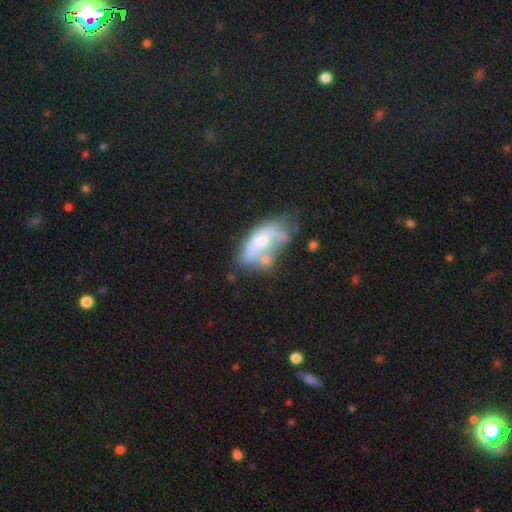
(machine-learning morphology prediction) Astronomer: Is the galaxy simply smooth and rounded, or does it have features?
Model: featured or disk — 54% (runner-up: smooth, 36%).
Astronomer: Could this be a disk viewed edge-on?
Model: no — 92%.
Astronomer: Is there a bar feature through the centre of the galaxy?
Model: no — 82%.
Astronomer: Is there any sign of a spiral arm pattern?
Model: no — 82%.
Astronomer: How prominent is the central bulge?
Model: moderate — 50% (runner-up: small, 28%).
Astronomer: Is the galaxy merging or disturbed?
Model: major disturbance — 28% (runner-up: merger, 26%).